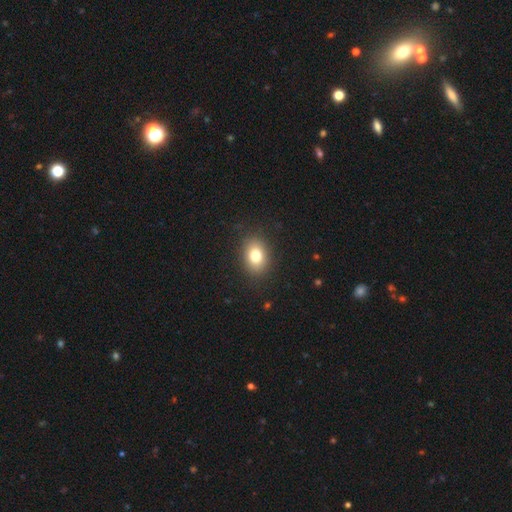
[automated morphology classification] Smooth or featured?
  - smooth: 79% *
  - featured or disk: 11%
  - star or artifact: 10%
How rounded?
  - in between: 71% *
  - round: 28%
  - cigar-shaped: 1%
Merging?
  - none: 87% *
  - minor disturbance: 9%
  - major disturbance: 3%
  - merger: 1%